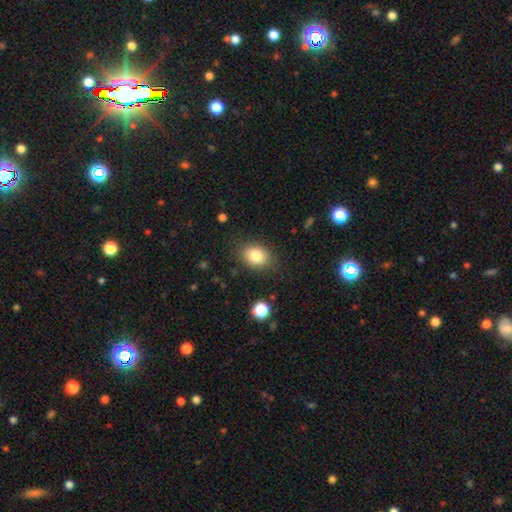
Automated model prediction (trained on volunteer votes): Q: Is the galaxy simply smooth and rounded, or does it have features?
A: smooth — 82%.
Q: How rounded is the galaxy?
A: in between — 64%.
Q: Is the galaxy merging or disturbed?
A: none — 82%.